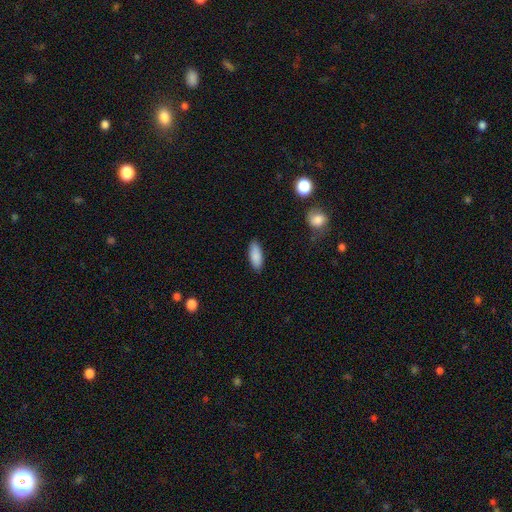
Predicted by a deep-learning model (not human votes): The model was most divided on "how rounded": in between: 76%, cigar-shaped: 22%, round: 2%. More confident: smooth or featured — smooth (89%); merging — none (88%).